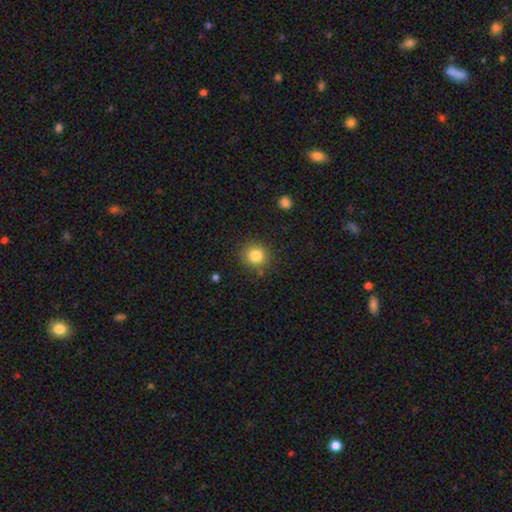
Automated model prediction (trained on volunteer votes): This is clearly a smooth galaxy (82%). How rounded: clearly round (88%). Merging: clearly none (85%).